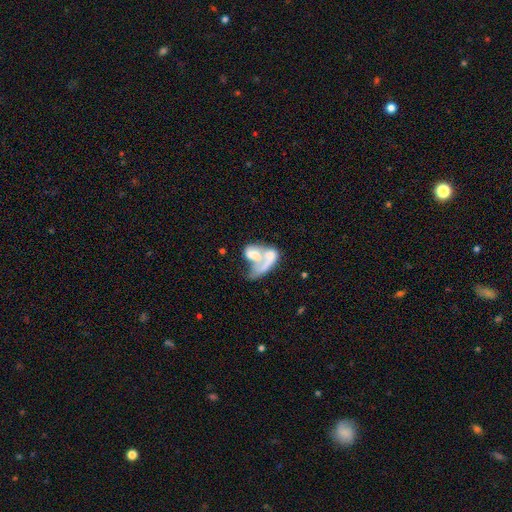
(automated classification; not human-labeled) Q: Smooth or featured?
A: featured or disk (52%); runner-up: smooth (39%)
Q: Edge-on disk?
A: no (96%); runner-up: yes (4%)
Q: Bar?
A: no (80%); runner-up: weak (14%)
Q: Spiral arms?
A: no (67%); runner-up: yes (33%)
Q: Bulge size?
A: none (32%); runner-up: moderate (28%)
Q: Merging?
A: merger (61%); runner-up: major disturbance (23%)